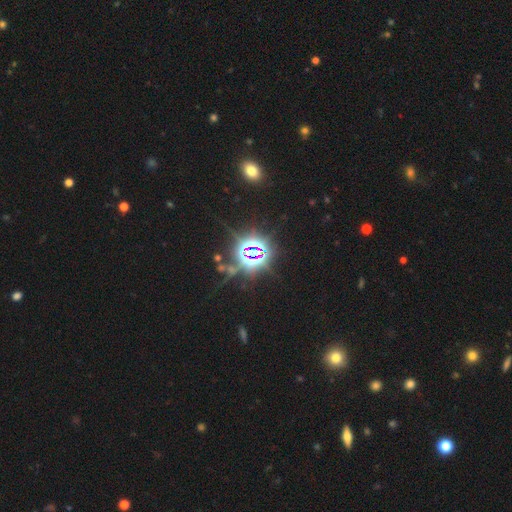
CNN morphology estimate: Smooth or featured: star or artifact — 84% (smooth — 8%)